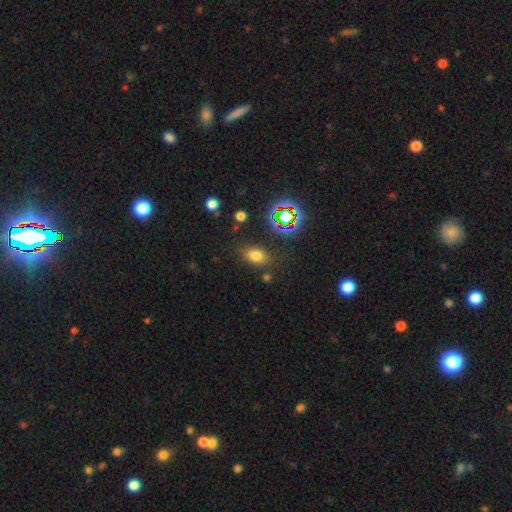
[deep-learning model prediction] Smooth or featured: smooth — 70% (star or artifact — 20%)
How rounded: in between — 81% (round — 17%)
Merging: none — 80% (minor disturbance — 12%)